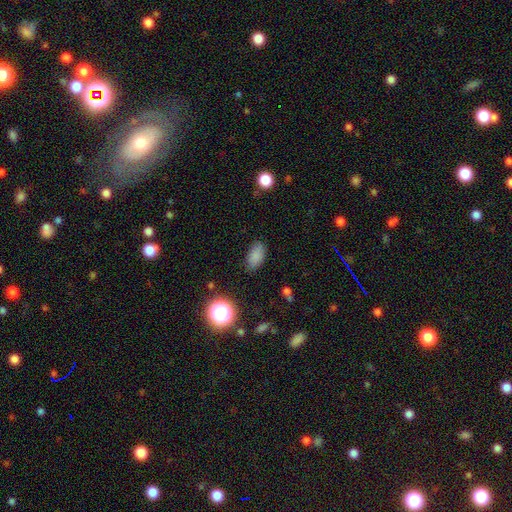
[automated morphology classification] smooth-or-featured: smooth: 82% | star or artifact: 12% | featured or disk: 6%
  how-rounded: in between: 90% | round: 6% | cigar-shaped: 4%
  merging: none: 81% | minor disturbance: 14% | major disturbance: 4% | merger: 1%